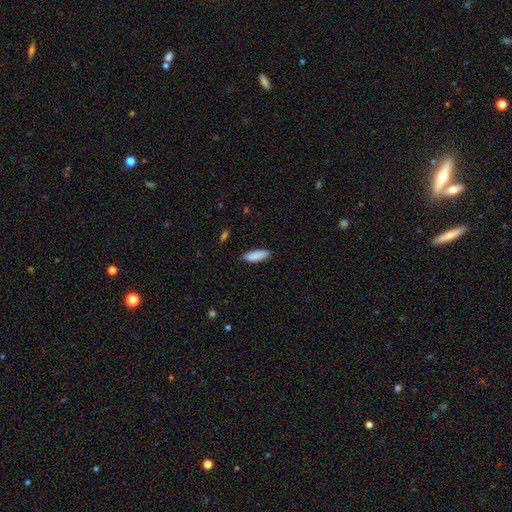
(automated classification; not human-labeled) smooth-or-featured: smooth: 89% | star or artifact: 6% | featured or disk: 5%
  how-rounded: in between: 53% | cigar-shaped: 46% | round: 1%
  merging: none: 86% | minor disturbance: 11% | major disturbance: 2% | merger: 1%